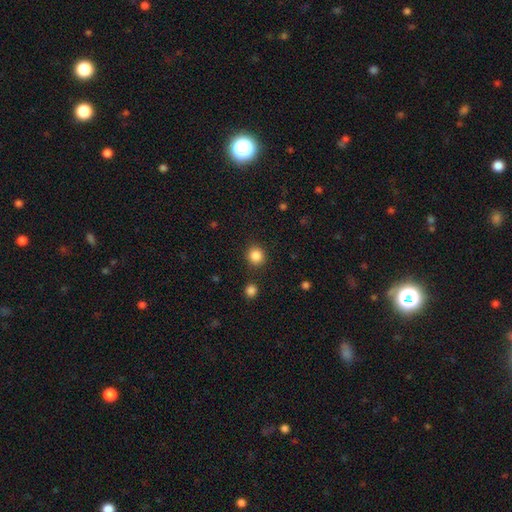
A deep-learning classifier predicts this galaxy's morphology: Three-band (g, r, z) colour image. It shows a smooth galaxy with no disk features (86%) that is round (90%). Merging: none (87%).